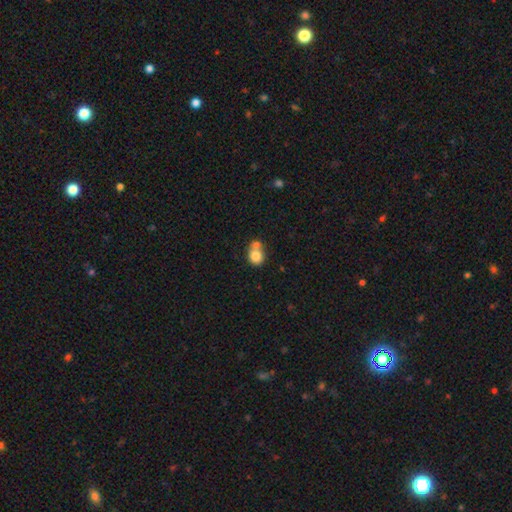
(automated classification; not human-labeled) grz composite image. It shows a smooth galaxy with no disk features (79%) that is round (75%). Merging: merger (51%).